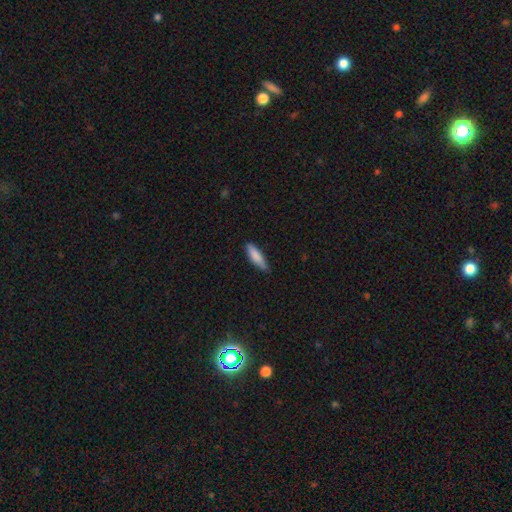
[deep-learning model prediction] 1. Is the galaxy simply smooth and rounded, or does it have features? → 84% smooth, 11% featured or disk, 6% star or artifact.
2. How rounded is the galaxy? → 66% cigar-shaped, 32% in between, 1% round.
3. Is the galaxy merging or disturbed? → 76% none, 20% minor disturbance, 3% major disturbance, 1% merger.